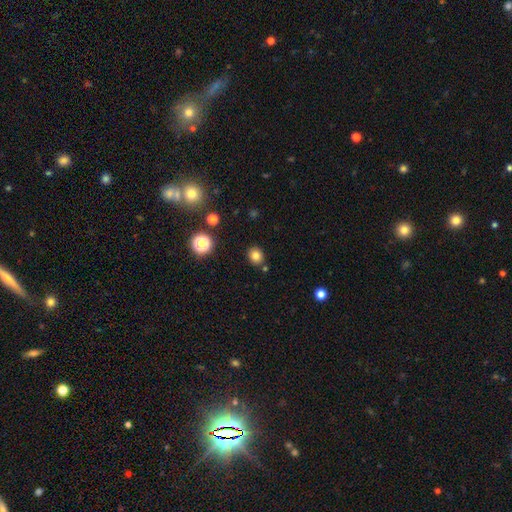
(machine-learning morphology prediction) A smooth galaxy with no disk features (80%) that is round (71%). Merging: none (85%).